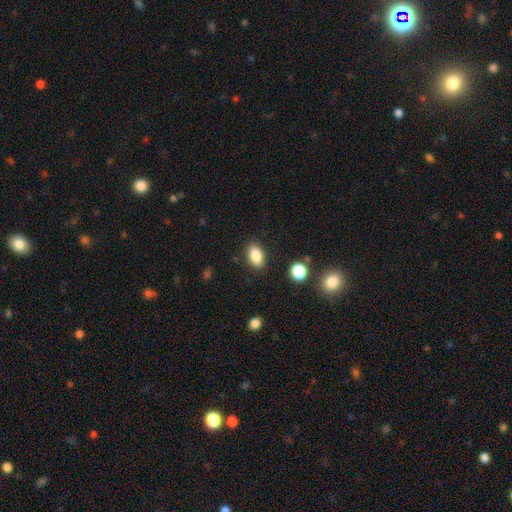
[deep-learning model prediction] Overall: smooth (85%). How rounded: in between (89%). Merging: none (87%).